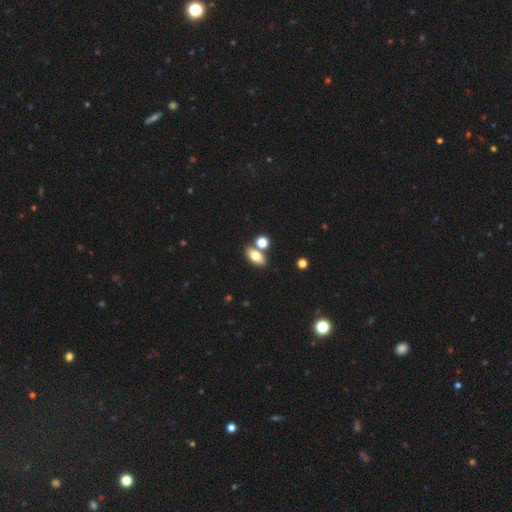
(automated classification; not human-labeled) Smooth or featured?
  - smooth: 74% *
  - featured or disk: 16%
  - star or artifact: 10%
How rounded?
  - in between: 84% *
  - round: 11%
  - cigar-shaped: 5%
Merging?
  - none: 65% *
  - merger: 21%
  - minor disturbance: 10%
  - major disturbance: 3%